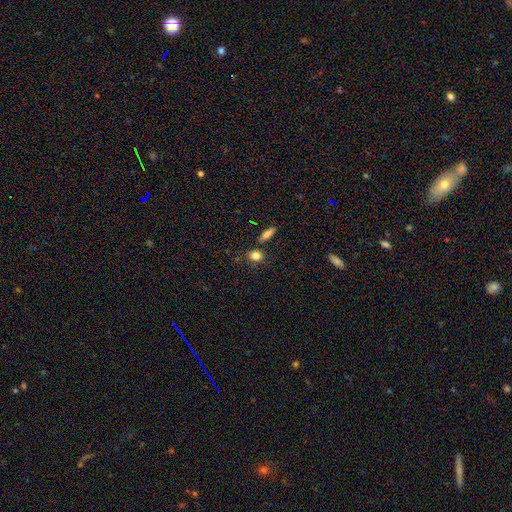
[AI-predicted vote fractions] A smooth galaxy with no disk features (83%) that is in between round and cigar-shaped (52%). Merging: none (74%).